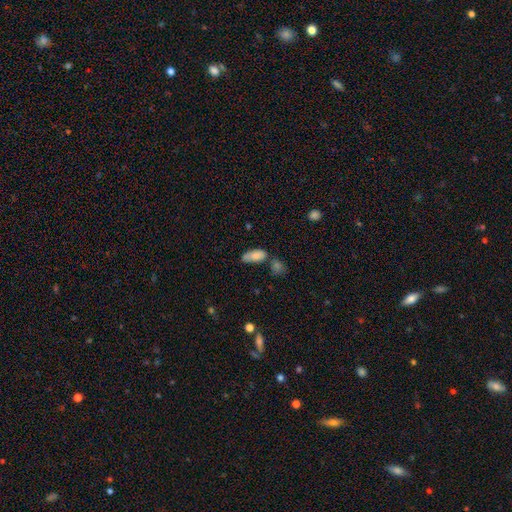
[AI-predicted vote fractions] Morphology: type=smooth (82%); roundness=in between (84%); merging=none (44%).